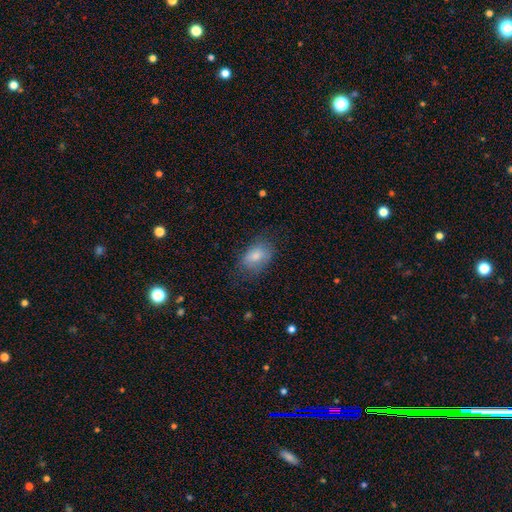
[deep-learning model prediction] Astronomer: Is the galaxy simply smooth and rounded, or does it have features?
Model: smooth — 80%.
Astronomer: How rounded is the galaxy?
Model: in between — 85%.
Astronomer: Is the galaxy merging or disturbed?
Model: none — 63%.